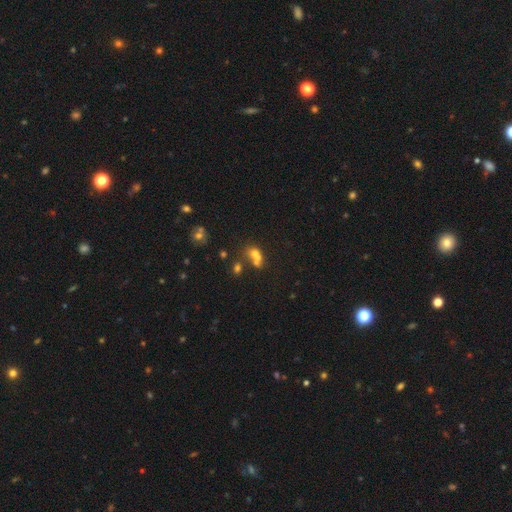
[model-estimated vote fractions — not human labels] Morphology: type=smooth (64%); roundness=in between (57%); merging=merger (58%).